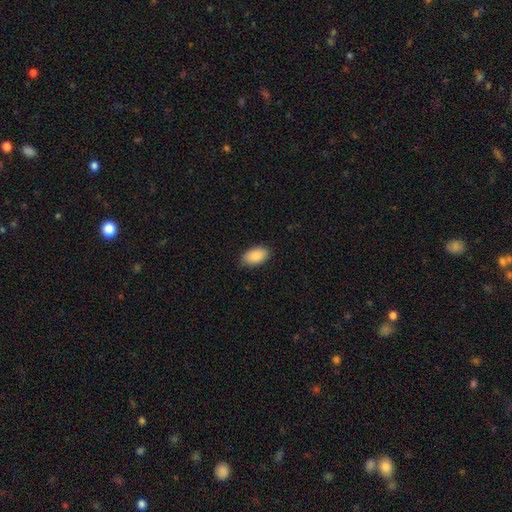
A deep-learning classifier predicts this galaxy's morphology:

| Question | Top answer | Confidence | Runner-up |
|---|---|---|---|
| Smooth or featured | smooth | 88% | star or artifact (6%) |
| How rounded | in between | 94% | round (5%) |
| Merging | none | 87% | minor disturbance (10%) |